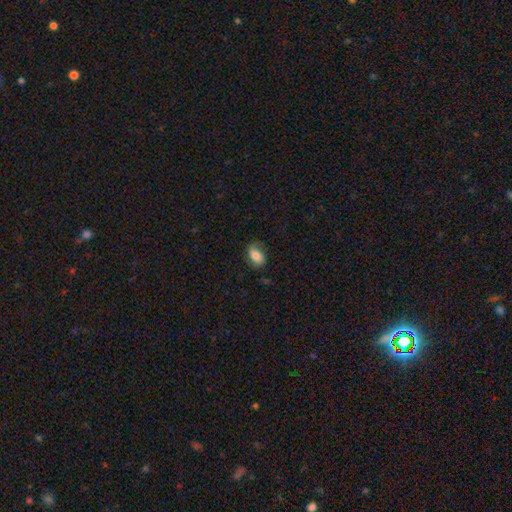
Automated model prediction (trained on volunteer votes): A smooth galaxy with no disk features (58%) that is in between round and cigar-shaped (83%).

Vote fractions:
- Smooth or featured? smooth: 58% / featured or disk: 34% / star or artifact: 8%
- How rounded? in between: 83% / round: 15% / cigar-shaped: 2%
- Merging? none: 58% / minor disturbance: 26% / major disturbance: 15% / merger: 2%